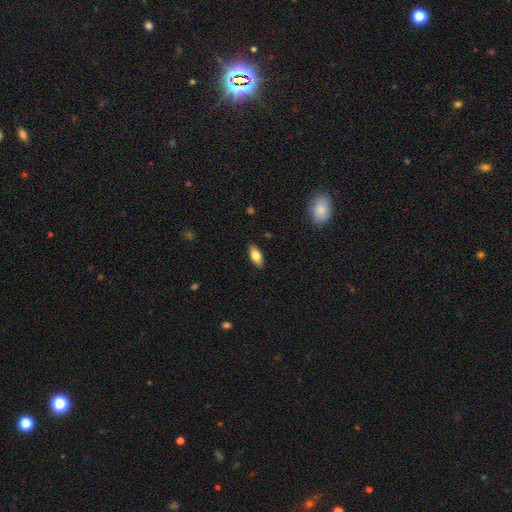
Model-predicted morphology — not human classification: smooth-or-featured: smooth: 74% | featured or disk: 19% | star or artifact: 7%
  how-rounded: in between: 86% | cigar-shaped: 11% | round: 3%
  merging: none: 88% | minor disturbance: 9% | major disturbance: 2% | merger: 1%